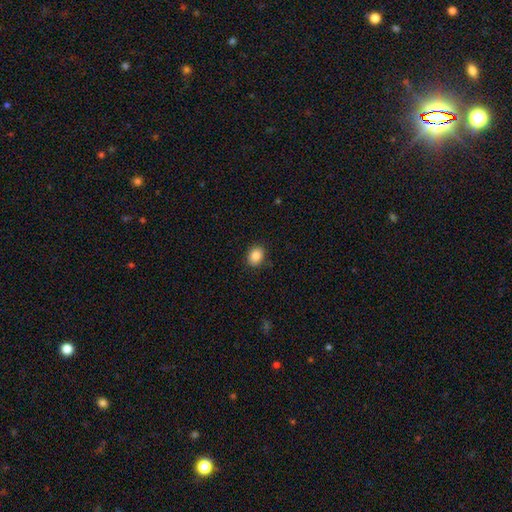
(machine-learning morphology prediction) smooth-or-featured: smooth: 87% | star or artifact: 9% | featured or disk: 5%
  how-rounded: in between: 57% | round: 42% | cigar-shaped: 1%
  merging: none: 87% | minor disturbance: 10% | major disturbance: 2% | merger: 1%